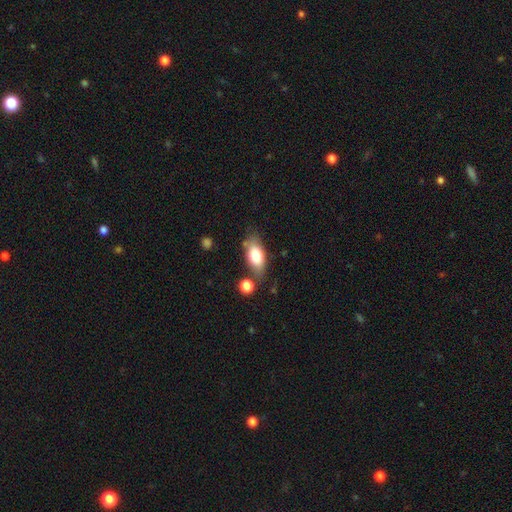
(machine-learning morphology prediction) This is likely a smooth galaxy (74%). How rounded: clearly in between (87%). Merging: likely none (70%).